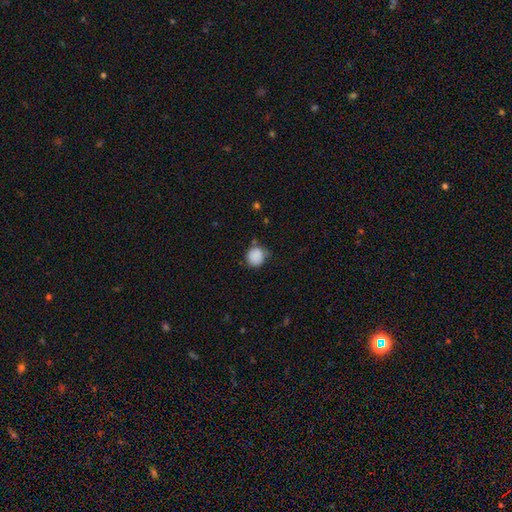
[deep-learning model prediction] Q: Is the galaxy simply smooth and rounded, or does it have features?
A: smooth — 87%.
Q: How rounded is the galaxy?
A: round — 84%.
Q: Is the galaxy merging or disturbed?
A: none — 62%.